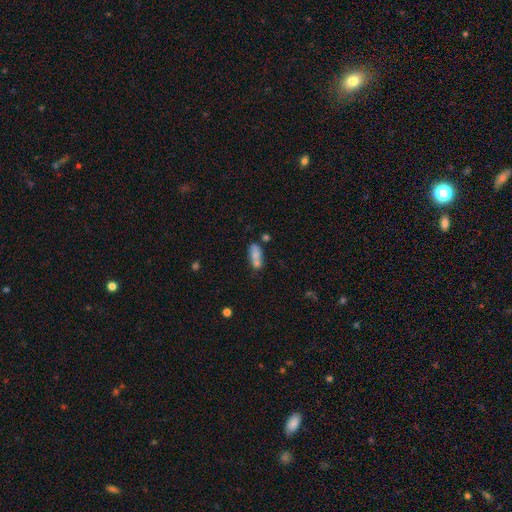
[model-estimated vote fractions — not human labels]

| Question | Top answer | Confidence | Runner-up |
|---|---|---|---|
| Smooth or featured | smooth | 74% | featured or disk (17%) |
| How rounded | in between | 74% | cigar-shaped (21%) |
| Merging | none | 41% | merger (37%) |